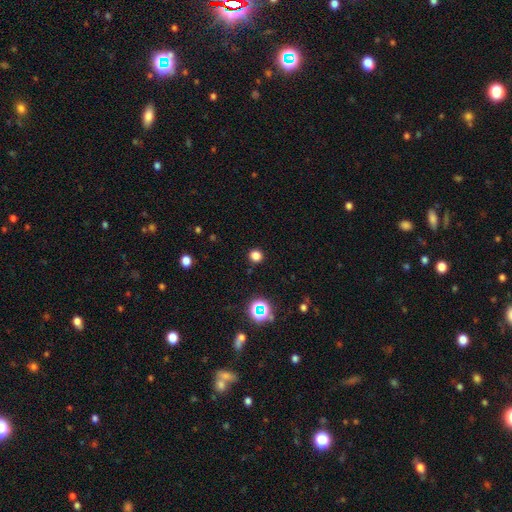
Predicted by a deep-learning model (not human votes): Overall: smooth (78%). How rounded: round (93%). Merging: none (91%).